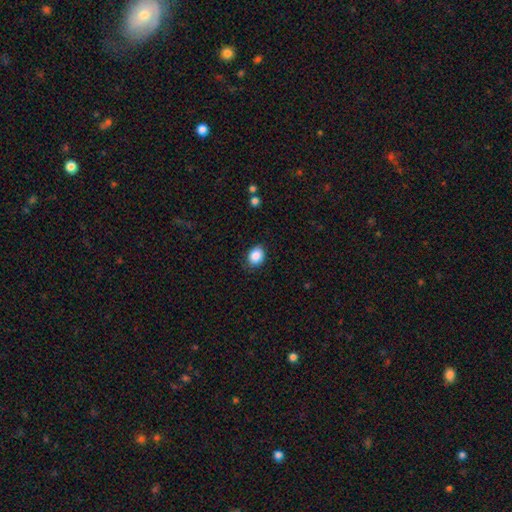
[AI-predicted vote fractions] Smooth or featured?
  - smooth: 87% *
  - star or artifact: 8%
  - featured or disk: 4%
How rounded?
  - in between: 53% *
  - round: 46%
  - cigar-shaped: 1%
Merging?
  - none: 81% *
  - minor disturbance: 15%
  - major disturbance: 3%
  - merger: 1%